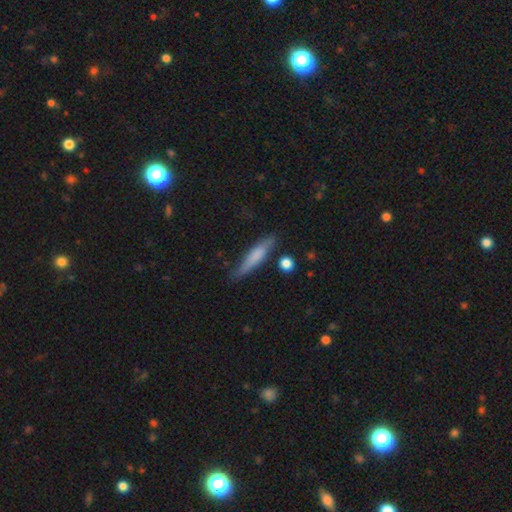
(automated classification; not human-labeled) Smooth or featured: smooth — 64% (featured or disk — 30%)
How rounded: cigar-shaped — 87% (in between — 11%)
Merging: none — 77% (minor disturbance — 17%)